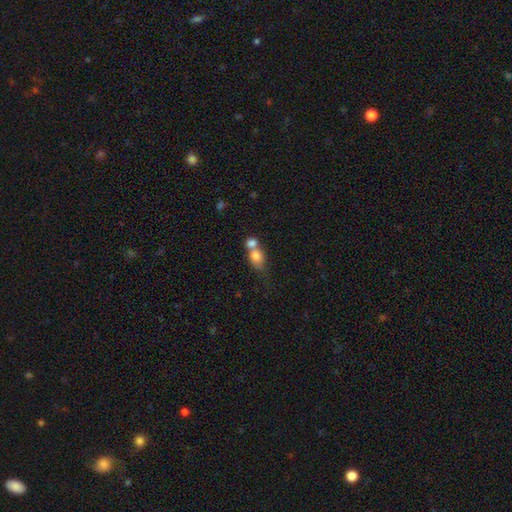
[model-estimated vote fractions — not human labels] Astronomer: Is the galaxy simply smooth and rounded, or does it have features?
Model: smooth — 76%.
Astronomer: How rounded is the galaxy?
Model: in between — 50% (runner-up: round, 47%).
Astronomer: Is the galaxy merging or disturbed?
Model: merger — 66%.